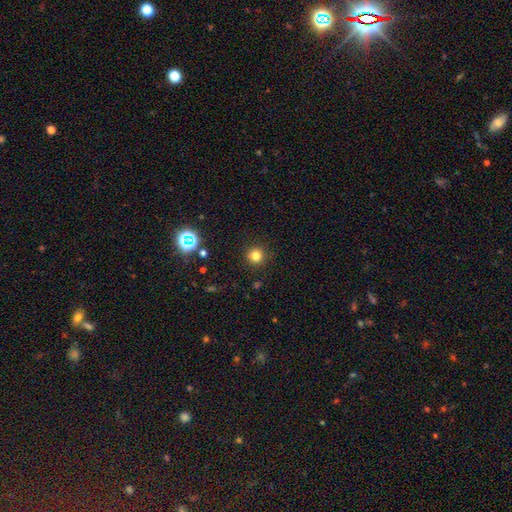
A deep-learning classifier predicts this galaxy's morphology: smooth 80%, star or artifact 15%, featured or disk 5%. Down the decision tree: how rounded — round (95%); merging — none (91%).